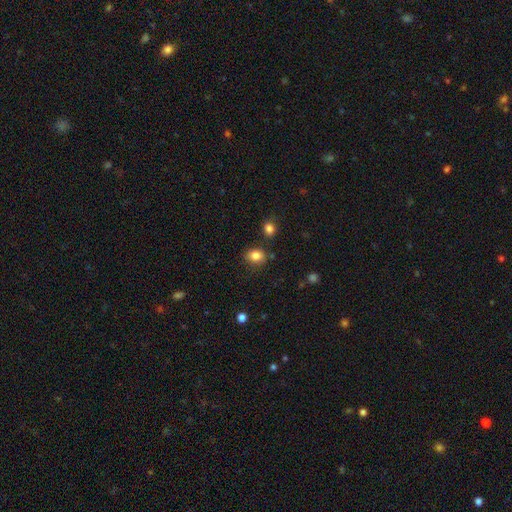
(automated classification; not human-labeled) Morphology: type=smooth (84%); roundness=in between (51%); merging=none (76%).